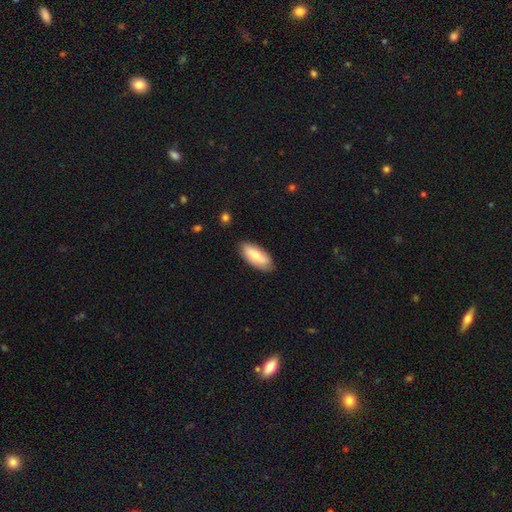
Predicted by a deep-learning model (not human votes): This is likely a smooth galaxy (70%). How rounded: clearly in between (81%). Merging: clearly none (82%).